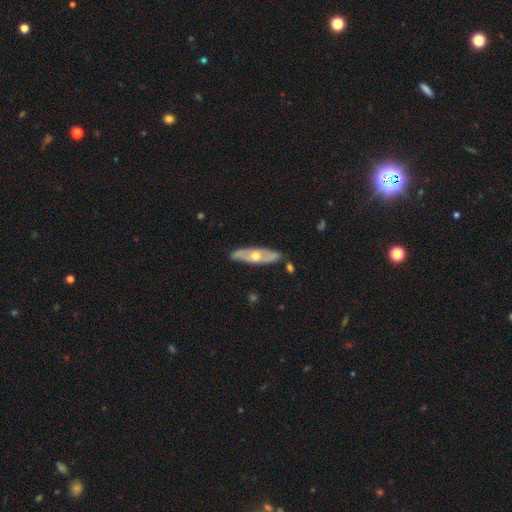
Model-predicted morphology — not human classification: The model was most divided on "edge-on disk": no: 56%, yes: 44%. More confident: merging — none (83%); smooth or featured — featured or disk (62%).